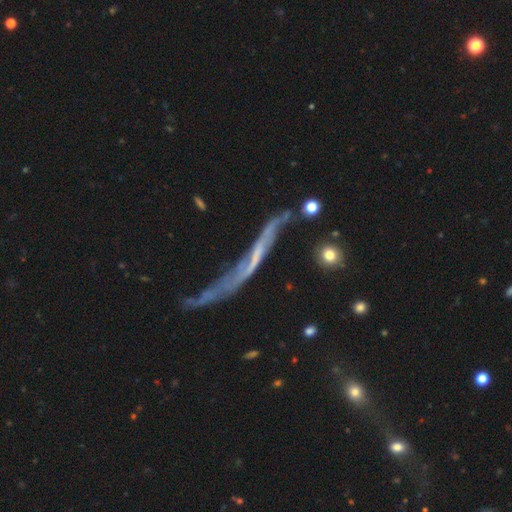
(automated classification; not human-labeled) Smooth or featured: featured or disk — 71% (smooth — 18%)
Edge-on disk: yes — 53% (no — 47%)
Merging: none — 34% (major disturbance — 32%)